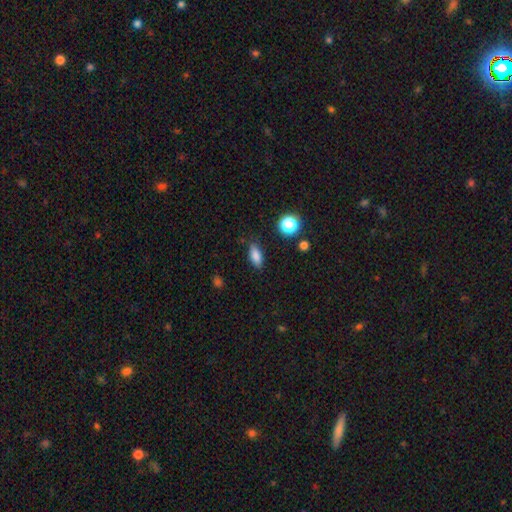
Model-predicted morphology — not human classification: smooth 84%, star or artifact 10%, featured or disk 7%. Down the decision tree: how rounded — in between (79%); merging — none (84%).